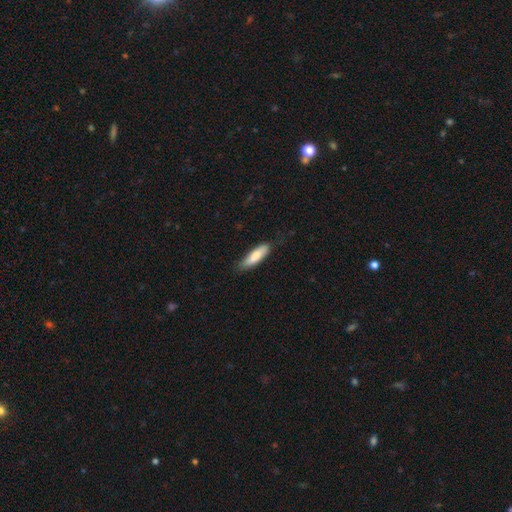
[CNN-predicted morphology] This is likely a smooth galaxy (80%). How rounded: possibly cigar-shaped (56%). Merging: likely none (75%).